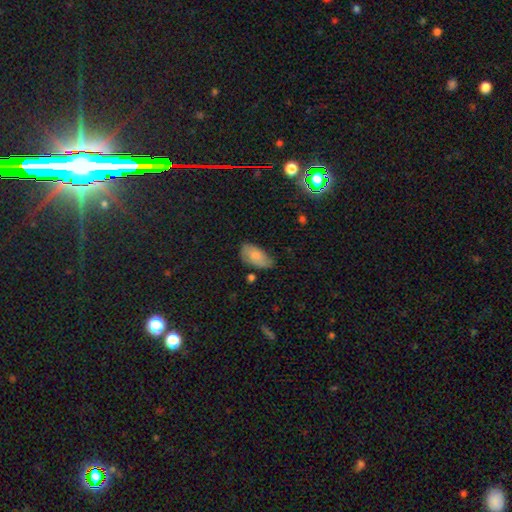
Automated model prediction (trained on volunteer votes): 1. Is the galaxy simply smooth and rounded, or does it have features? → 79% smooth, 14% featured or disk, 7% star or artifact.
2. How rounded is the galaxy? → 94% in between, 3% round, 3% cigar-shaped.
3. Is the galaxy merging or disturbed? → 63% none, 27% minor disturbance, 6% major disturbance, 3% merger.